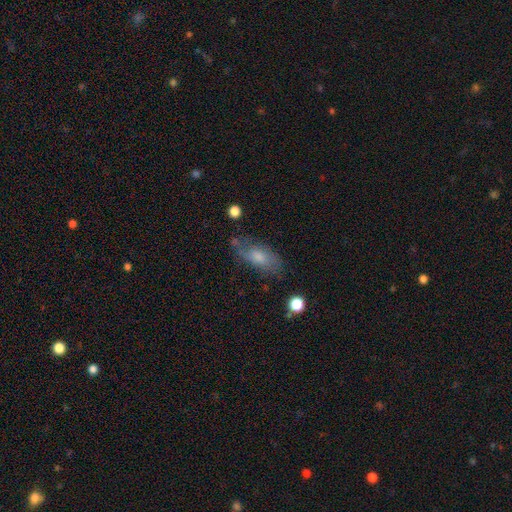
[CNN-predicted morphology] The model was most divided on "smooth or featured": smooth: 54%, featured or disk: 35%, star or artifact: 11%. More confident: how rounded — in between (79%); merging — none (66%).